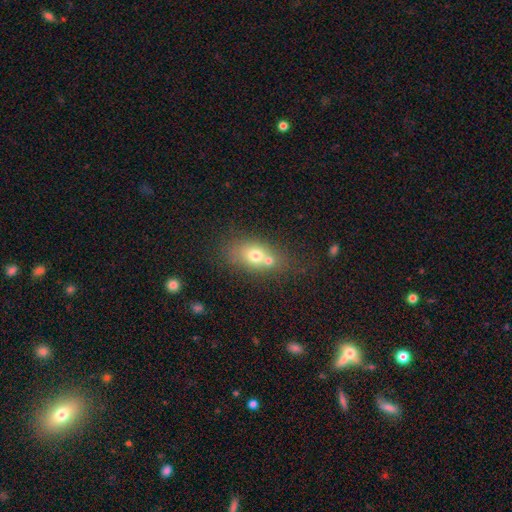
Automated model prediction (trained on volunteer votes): smooth_or_featured: smooth (p=0.67) [alt: featured or disk p=0.22]
how_rounded: in between (p=0.66) [alt: round p=0.31]
merging: merger (p=0.51) [alt: none p=0.33]